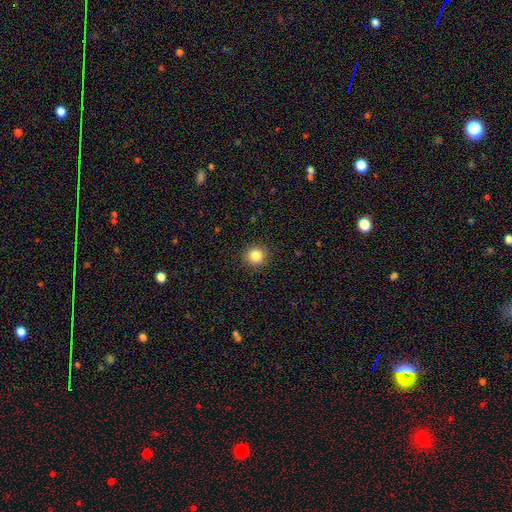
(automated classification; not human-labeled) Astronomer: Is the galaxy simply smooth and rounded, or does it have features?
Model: smooth — 84%.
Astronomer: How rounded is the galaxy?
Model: round — 91%.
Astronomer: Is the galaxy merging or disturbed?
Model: none — 91%.